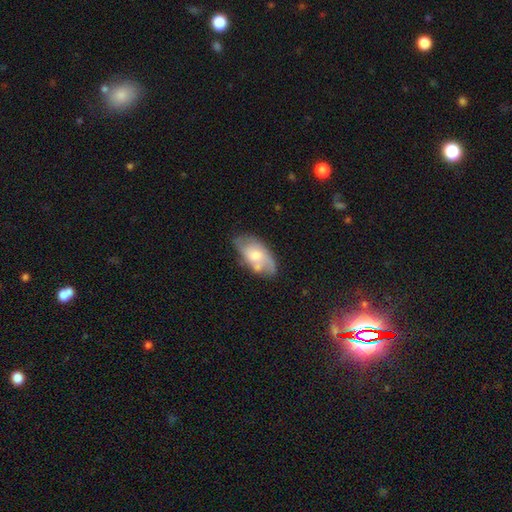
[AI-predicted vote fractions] A featured or disk galaxy (48%).

Vote fractions:
- Smooth or featured? featured or disk: 48% / smooth: 46% / star or artifact: 6%
- Merging? none: 53% / minor disturbance: 29% / major disturbance: 10% / merger: 8%